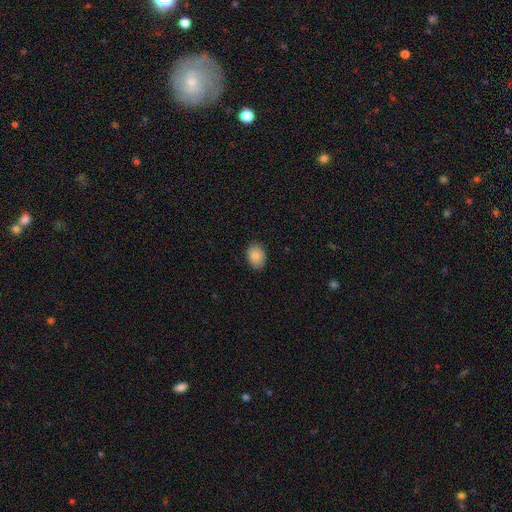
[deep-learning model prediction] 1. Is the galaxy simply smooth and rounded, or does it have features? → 88% smooth, 8% star or artifact, 4% featured or disk.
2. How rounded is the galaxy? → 59% in between, 41% round, 1% cigar-shaped.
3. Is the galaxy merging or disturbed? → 87% none, 10% minor disturbance, 2% major disturbance, 1% merger.